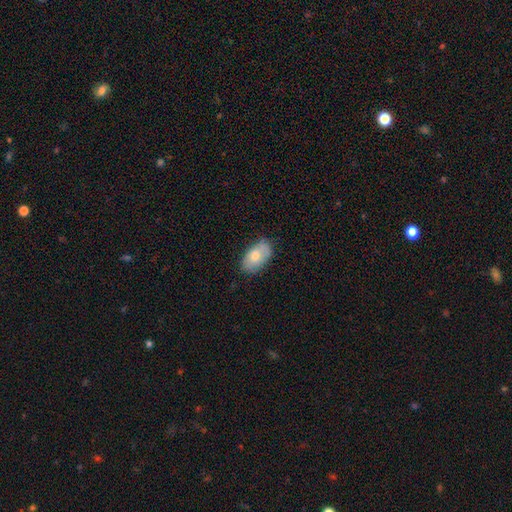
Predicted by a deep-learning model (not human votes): Overall: smooth (69%). How rounded: in between (93%). Merging: none (73%).